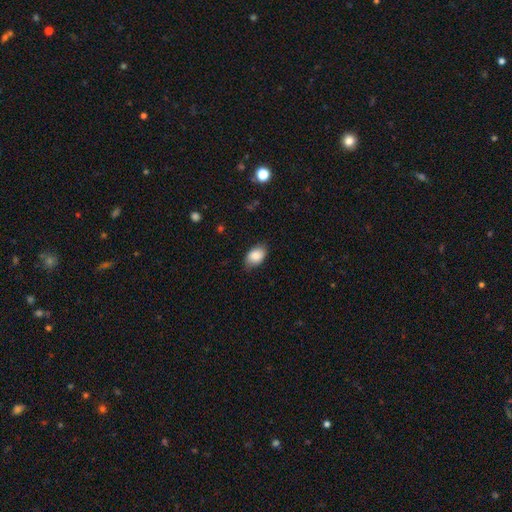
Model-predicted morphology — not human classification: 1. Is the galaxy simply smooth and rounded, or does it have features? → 86% smooth, 7% star or artifact, 7% featured or disk.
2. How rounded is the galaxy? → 87% in between, 11% round, 1% cigar-shaped.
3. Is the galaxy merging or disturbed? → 78% none, 18% minor disturbance, 3% major disturbance, 1% merger.